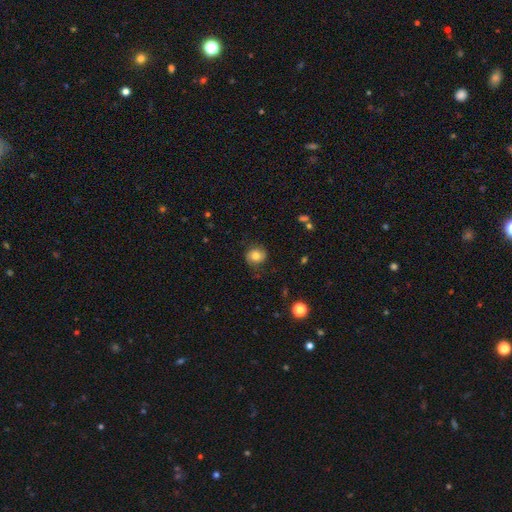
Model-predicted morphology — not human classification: Smooth or featured? smooth (69%)
How rounded? round (75%)
Merging? none (76%)